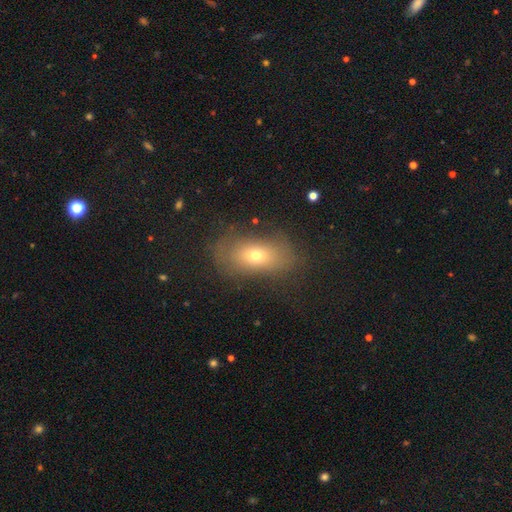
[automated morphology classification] smooth 65%, featured or disk 22%, star or artifact 13%. Down the decision tree: how rounded — in between (83%); merging — none (68%).